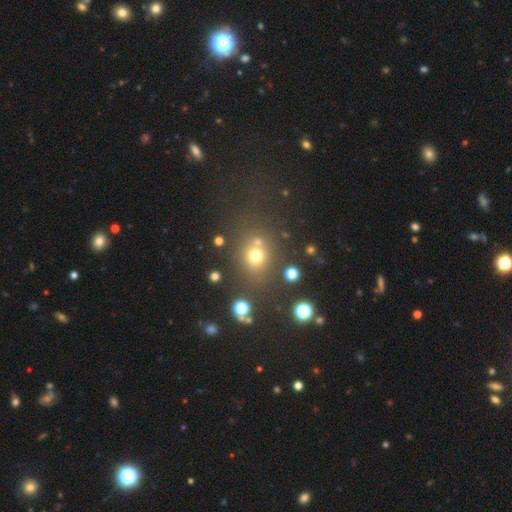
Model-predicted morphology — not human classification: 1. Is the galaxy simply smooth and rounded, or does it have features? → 68% smooth, 22% star or artifact, 10% featured or disk.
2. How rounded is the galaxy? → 77% round, 22% in between, 1% cigar-shaped.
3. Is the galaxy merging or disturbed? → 68% none, 13% merger, 12% minor disturbance, 6% major disturbance.